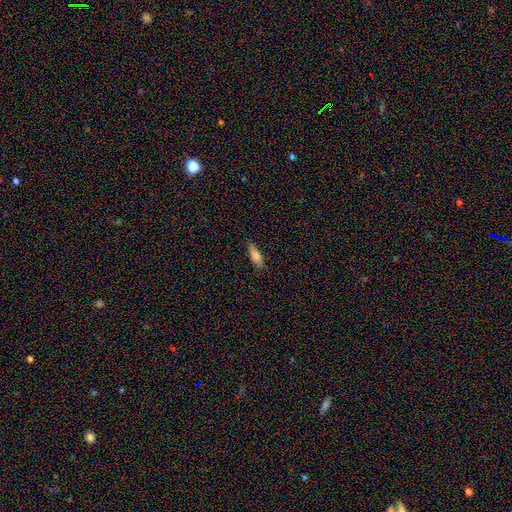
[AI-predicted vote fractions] This is likely a smooth galaxy (76%). How rounded: likely in between (61%). Merging: clearly none (83%).